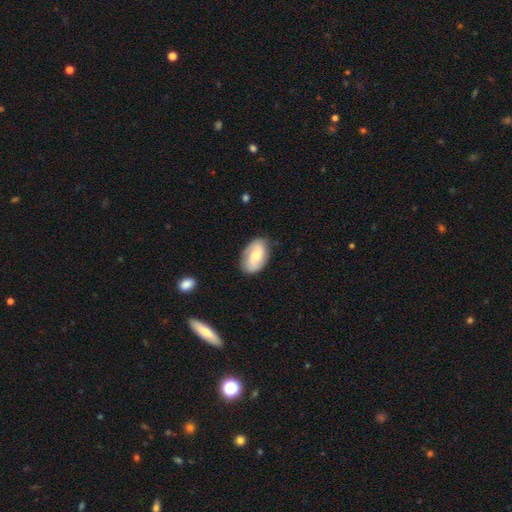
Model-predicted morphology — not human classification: A smooth galaxy with no disk features (52%) that is in between round and cigar-shaped (91%). Merging: none (80%).